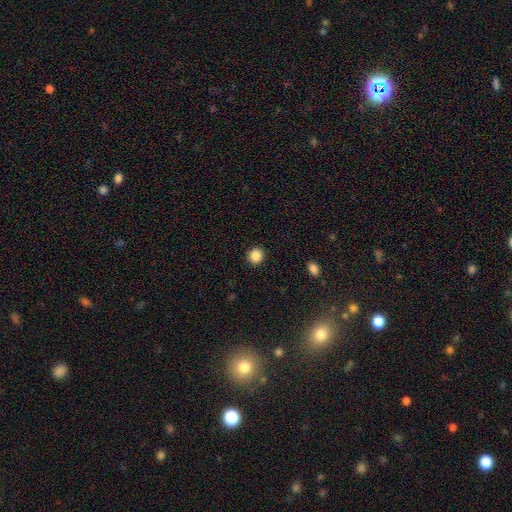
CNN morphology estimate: Smooth or featured: smooth — 87% (star or artifact — 10%)
How rounded: round — 90% (in between — 9%)
Merging: none — 92% (minor disturbance — 5%)